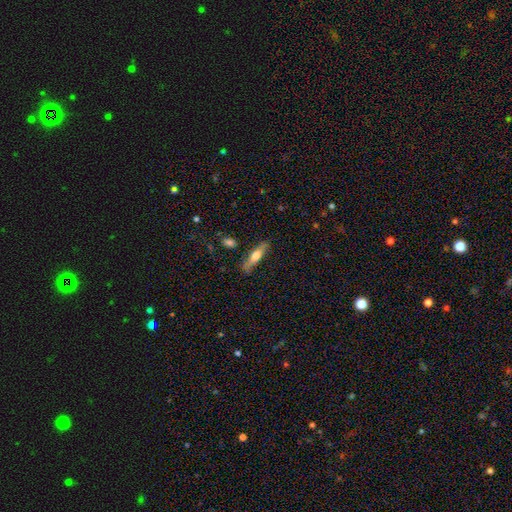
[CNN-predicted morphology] Smooth or featured?
  - smooth: 54% *
  - featured or disk: 39%
  - star or artifact: 6%
How rounded?
  - cigar-shaped: 76% *
  - in between: 22%
  - round: 2%
Merging?
  - none: 81% *
  - minor disturbance: 13%
  - major disturbance: 3%
  - merger: 3%